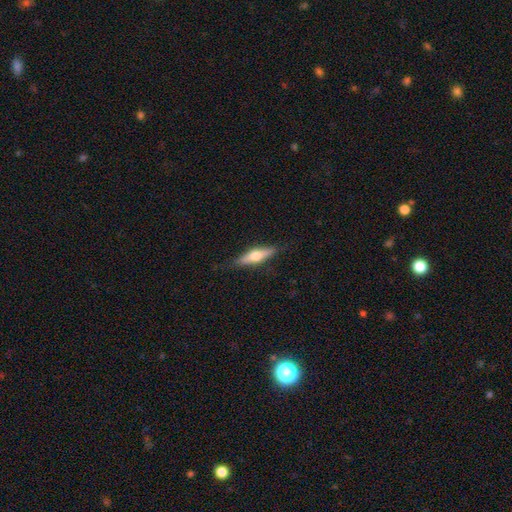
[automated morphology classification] Q: Smooth or featured?
A: featured or disk (51%); runner-up: smooth (43%)
Q: Edge-on disk?
A: yes (92%); runner-up: no (8%)
Q: Merging?
A: none (84%); runner-up: minor disturbance (12%)